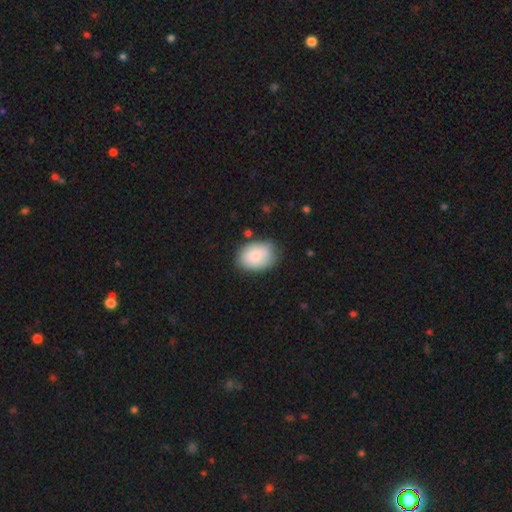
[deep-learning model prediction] A smooth galaxy with no disk features (81%) that is in between round and cigar-shaped (77%).

Vote fractions:
- Smooth or featured? smooth: 81% / featured or disk: 12% / star or artifact: 7%
- How rounded? in between: 77% / round: 22% / cigar-shaped: 1%
- Merging? none: 70% / minor disturbance: 21% / major disturbance: 5% / merger: 3%